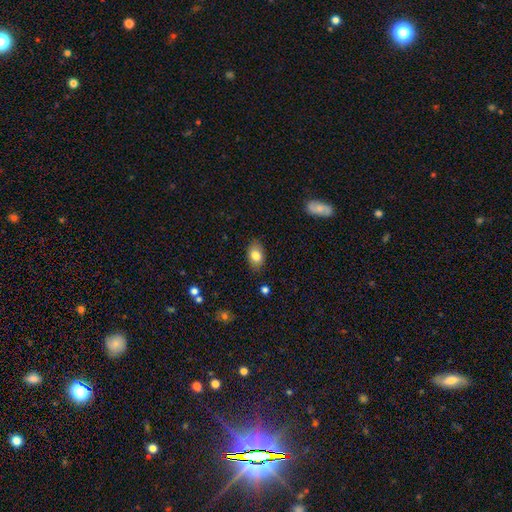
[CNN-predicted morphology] Smooth or featured? smooth (82%)
How rounded? in between (86%)
Merging? none (84%)